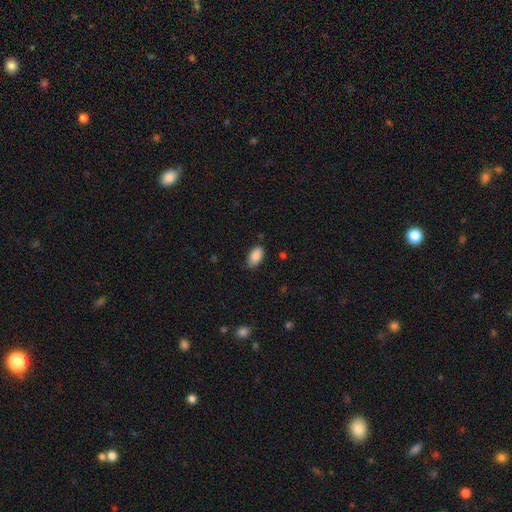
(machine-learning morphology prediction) A smooth galaxy with no disk features (88%) that is in between round and cigar-shaped (94%). Merging: none (81%).